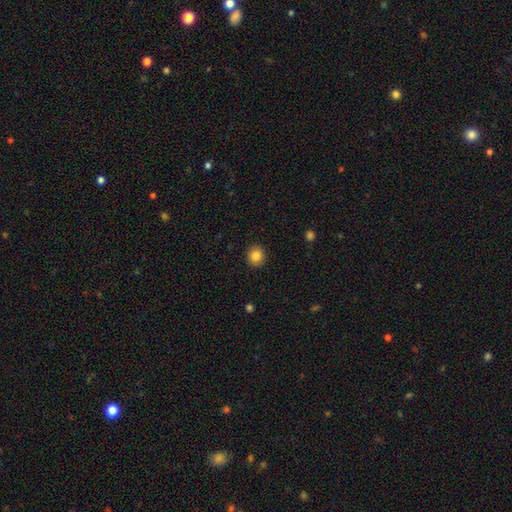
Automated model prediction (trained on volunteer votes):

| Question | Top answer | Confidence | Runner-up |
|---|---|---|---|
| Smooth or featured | smooth | 85% | star or artifact (10%) |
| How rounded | round | 80% | in between (19%) |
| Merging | none | 91% | minor disturbance (6%) |